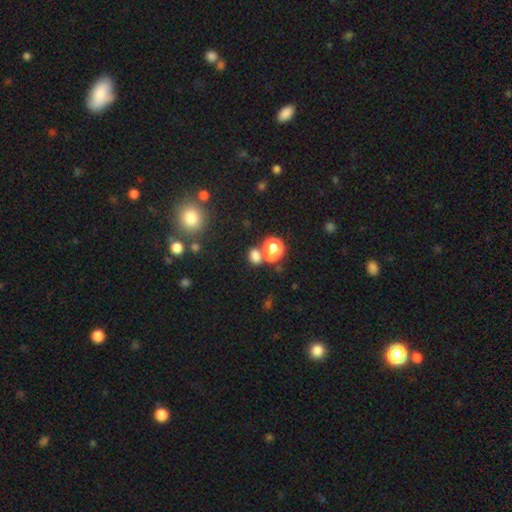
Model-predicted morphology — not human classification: Overall: smooth (72%). How rounded: in between (61%; round 38%). Merging: merger (47%; none 39%).